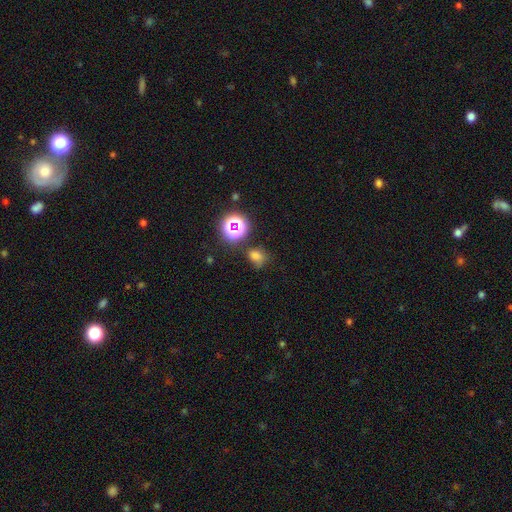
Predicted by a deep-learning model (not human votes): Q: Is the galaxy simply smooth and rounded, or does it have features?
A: smooth — 67%.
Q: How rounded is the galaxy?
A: round — 51%.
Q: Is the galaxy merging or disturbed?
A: none — 57%.